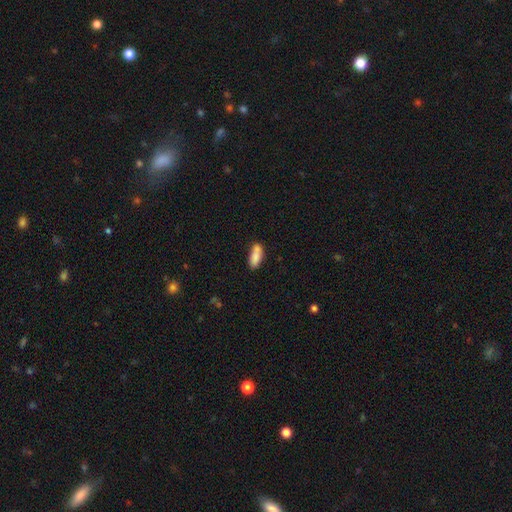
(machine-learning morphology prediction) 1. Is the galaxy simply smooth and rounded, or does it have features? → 82% smooth, 11% featured or disk, 7% star or artifact.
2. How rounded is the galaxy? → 75% in between, 22% cigar-shaped, 2% round.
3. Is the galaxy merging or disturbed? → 54% none, 22% merger, 18% minor disturbance, 5% major disturbance.